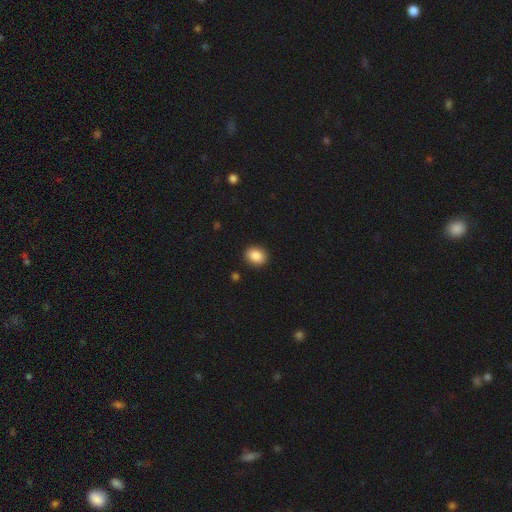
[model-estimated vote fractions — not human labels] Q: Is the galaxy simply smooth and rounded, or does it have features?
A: smooth — 88%.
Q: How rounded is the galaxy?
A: round — 51%.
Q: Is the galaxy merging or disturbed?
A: none — 90%.